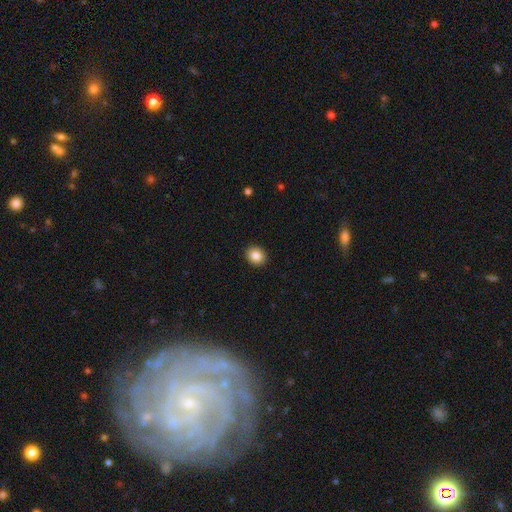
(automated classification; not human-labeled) The model was most divided on "how rounded": round: 65%, in between: 35%, cigar-shaped: 1%. More confident: merging — none (92%); smooth or featured — smooth (86%).